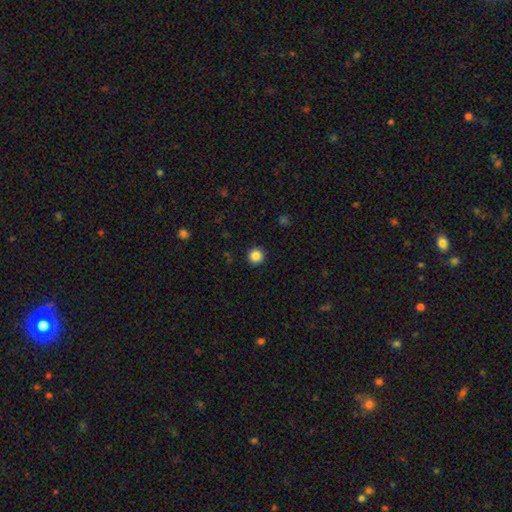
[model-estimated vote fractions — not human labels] smooth-or-featured: smooth: 86% | star or artifact: 10% | featured or disk: 3%
  how-rounded: round: 95% | in between: 4% | cigar-shaped: 1%
  merging: none: 92% | minor disturbance: 5% | major disturbance: 2% | merger: 1%